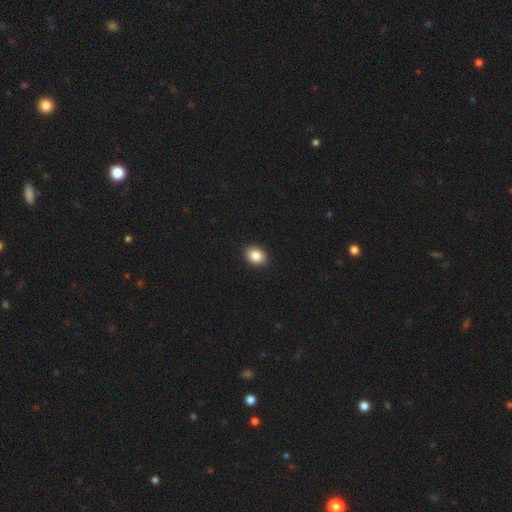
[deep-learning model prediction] Smooth or featured?
  - smooth: 86% *
  - star or artifact: 8%
  - featured or disk: 6%
How rounded?
  - in between: 74% *
  - round: 25%
  - cigar-shaped: 1%
Merging?
  - none: 91% *
  - minor disturbance: 6%
  - major disturbance: 2%
  - merger: 1%